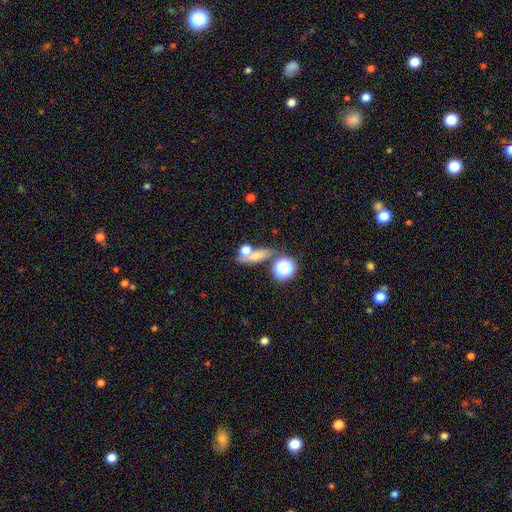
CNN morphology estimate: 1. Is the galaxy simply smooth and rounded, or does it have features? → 63% smooth, 19% star or artifact, 18% featured or disk.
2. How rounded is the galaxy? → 44% in between, 34% round, 22% cigar-shaped.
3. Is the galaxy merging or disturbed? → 49% none, 30% merger, 13% minor disturbance, 8% major disturbance.